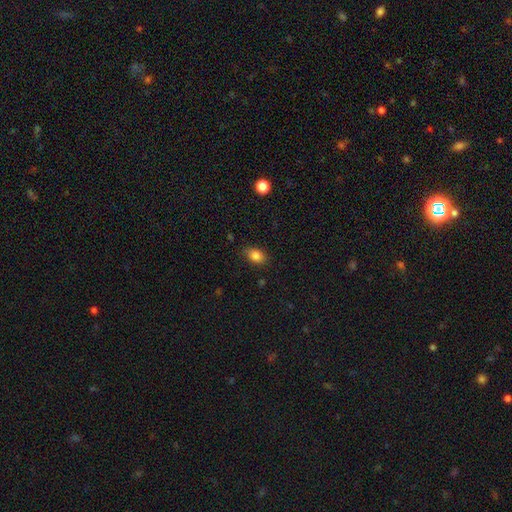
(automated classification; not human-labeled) Smooth or featured? Predicted: smooth (p=0.84). How rounded? Predicted: in between (p=0.75). Merging? Predicted: none (p=0.76).